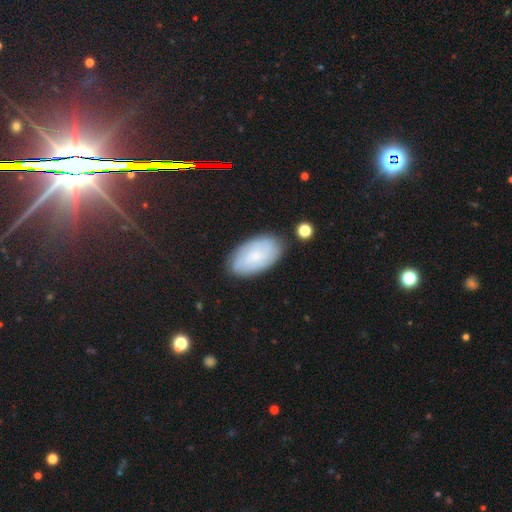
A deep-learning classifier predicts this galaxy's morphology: A smooth galaxy with no disk features (59%) that is in between round and cigar-shaped (95%). Merging: none (82%).